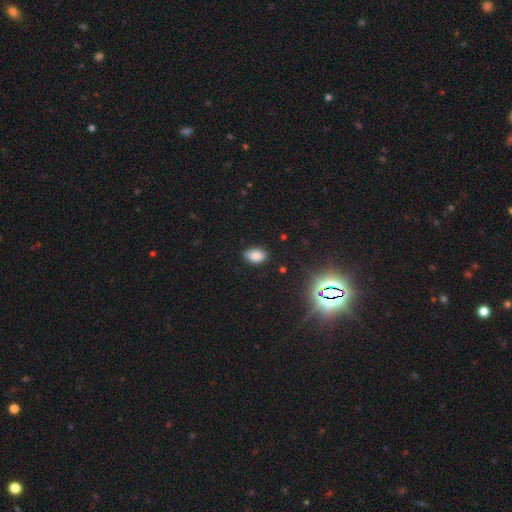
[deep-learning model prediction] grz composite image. It shows a smooth galaxy with no disk features (83%) that is in between round and cigar-shaped (88%). Merging: none (85%).